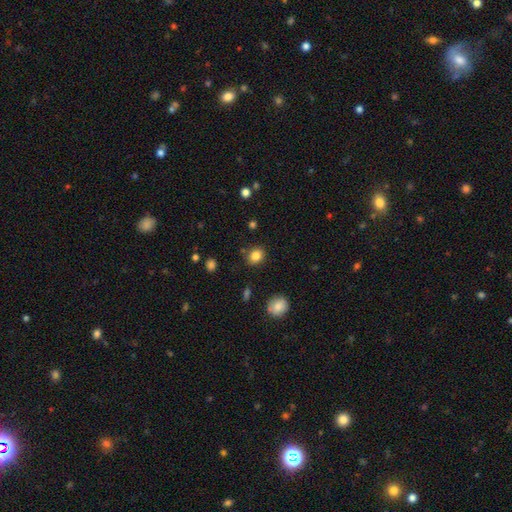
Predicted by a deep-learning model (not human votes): Smooth or featured? Predicted: smooth (p=0.83). How rounded? Predicted: round (p=0.69). Merging? Predicted: none (p=0.85).